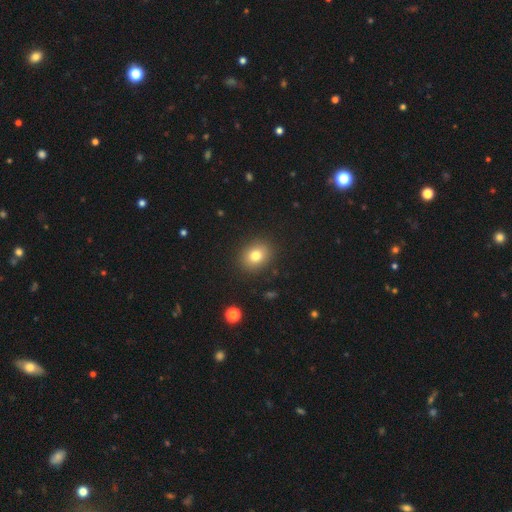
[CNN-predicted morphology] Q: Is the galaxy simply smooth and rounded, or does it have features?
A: smooth — 79%.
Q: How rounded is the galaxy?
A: round — 57%.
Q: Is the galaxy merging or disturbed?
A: none — 88%.